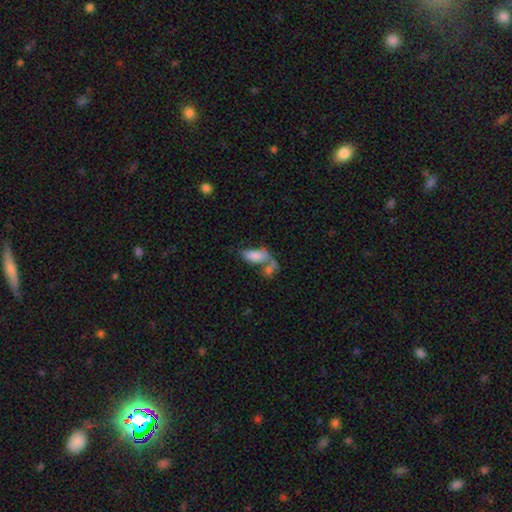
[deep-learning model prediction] smooth-or-featured: smooth: 78% | featured or disk: 14% | star or artifact: 9%
  how-rounded: in between: 86% | cigar-shaped: 11% | round: 3%
  merging: merger: 46% | none: 28% | minor disturbance: 14% | major disturbance: 13%